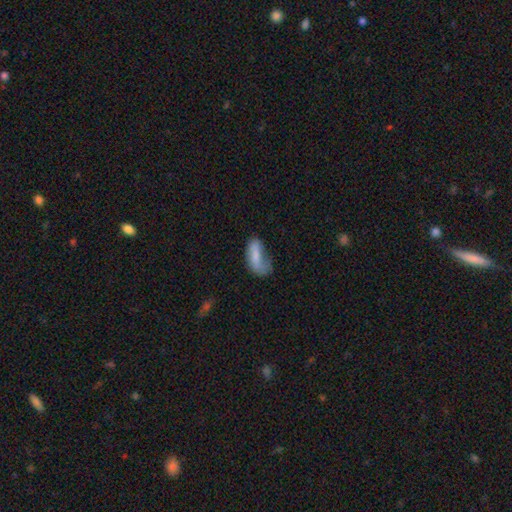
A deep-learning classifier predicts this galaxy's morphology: smooth_or_featured: smooth (p=0.67) [alt: featured or disk p=0.25]
how_rounded: in between (p=0.86) [alt: cigar-shaped p=0.11]
merging: none (p=0.32) [tied with: minor disturbance p=0.32]